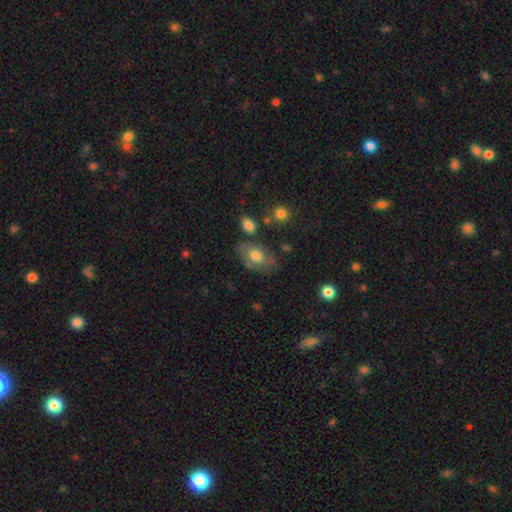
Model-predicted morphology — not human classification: Overall: smooth (65%; featured or disk 26%). How rounded: in between (82%). Merging: none (59%; minor disturbance 24%).